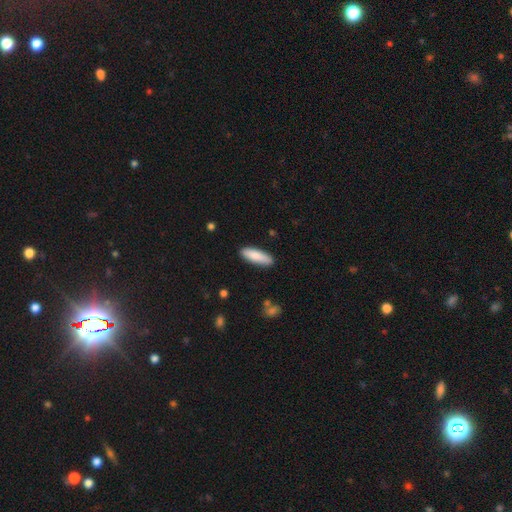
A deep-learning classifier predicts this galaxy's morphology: Smooth or featured?
  - smooth: 86% *
  - featured or disk: 8%
  - star or artifact: 5%
How rounded?
  - cigar-shaped: 50% *
  - in between: 49%
  - round: 2%
Merging?
  - none: 88% *
  - minor disturbance: 9%
  - major disturbance: 2%
  - merger: 1%